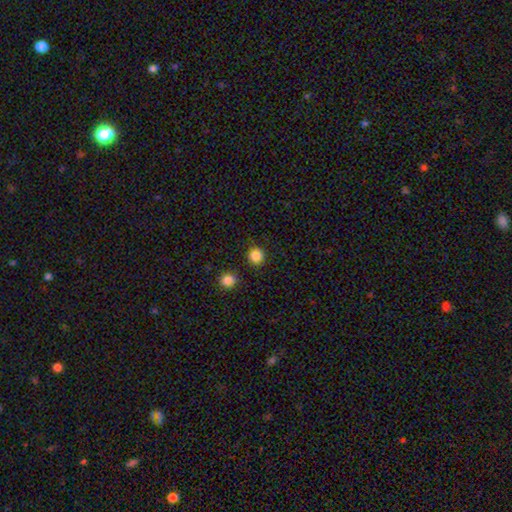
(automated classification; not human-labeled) This appears to be a smooth galaxy with no disk features (86%) that is round (94%). Merging: none (90%).